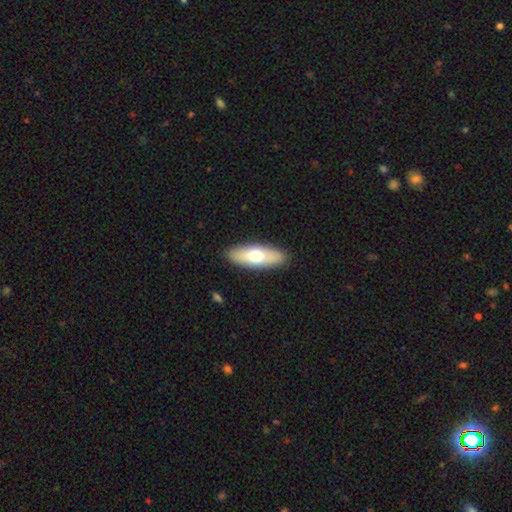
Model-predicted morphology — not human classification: This appears to be a smooth galaxy with no disk features (62%) that is in between round and cigar-shaped (64%). Merging: none (89%).